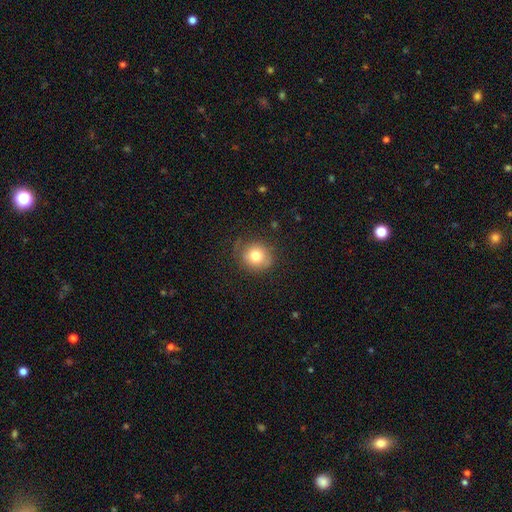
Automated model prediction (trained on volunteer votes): A smooth galaxy with no disk features (77%) that is round (84%).

Vote fractions:
- Smooth or featured? smooth: 77% / featured or disk: 12% / star or artifact: 11%
- How rounded? round: 84% / in between: 16% / cigar-shaped: 1%
- Merging? none: 78% / minor disturbance: 16% / major disturbance: 5% / merger: 1%